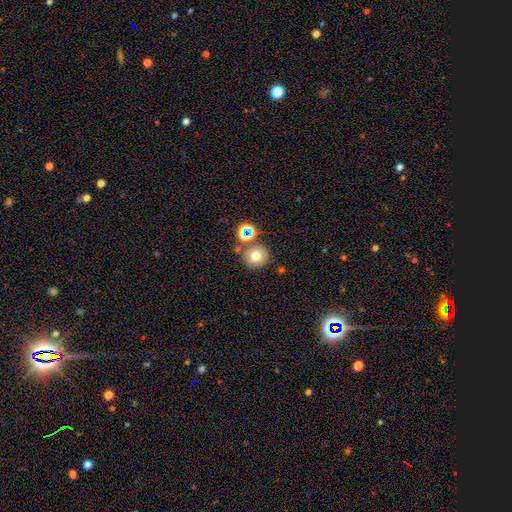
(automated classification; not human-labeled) A smooth galaxy with no disk features (71%) that is round (89%).

Vote fractions:
- Smooth or featured? smooth: 71% / star or artifact: 17% / featured or disk: 12%
- How rounded? round: 89% / in between: 10% / cigar-shaped: 1%
- Merging? none: 74% / merger: 14% / minor disturbance: 9% / major disturbance: 3%